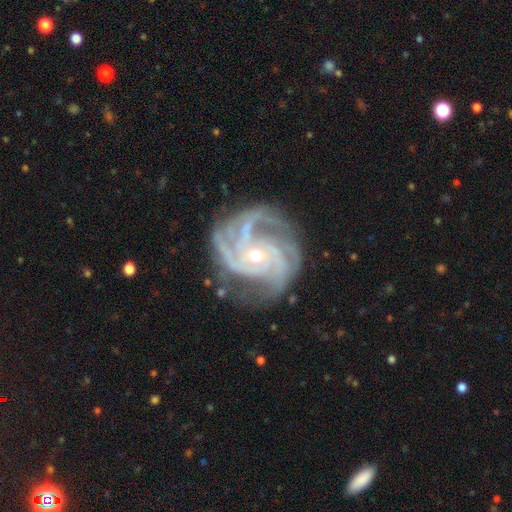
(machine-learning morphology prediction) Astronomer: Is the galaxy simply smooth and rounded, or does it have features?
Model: featured or disk — 92%.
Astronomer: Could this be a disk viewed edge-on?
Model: no — 98%.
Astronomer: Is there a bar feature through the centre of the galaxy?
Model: no — 70%.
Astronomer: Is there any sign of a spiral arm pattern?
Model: yes — 98%.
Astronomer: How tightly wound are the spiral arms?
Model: tight — 57% (runner-up: medium, 37%).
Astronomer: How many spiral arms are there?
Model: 3 — 33% (runner-up: 4, 30%).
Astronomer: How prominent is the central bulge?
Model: small — 61% (runner-up: moderate, 36%).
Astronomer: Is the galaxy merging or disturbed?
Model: none — 68%.